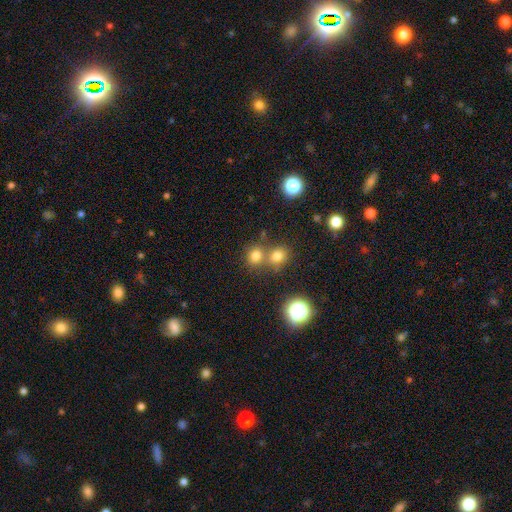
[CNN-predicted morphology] Overall: smooth (74%). How rounded: round (78%). Merging: none (54%; merger 36%).